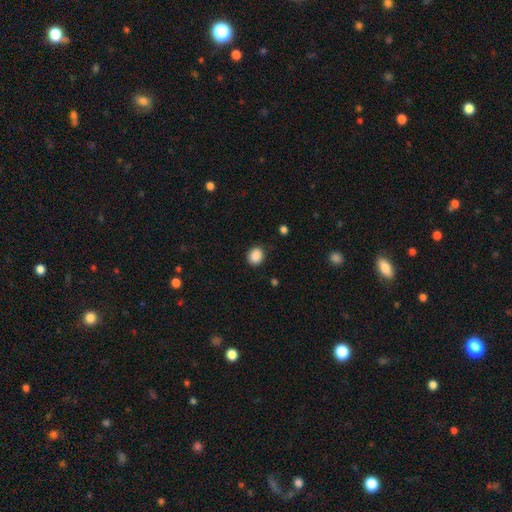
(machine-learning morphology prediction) A smooth galaxy with no disk features (89%) that is round (67%).

Vote fractions:
- Smooth or featured? smooth: 89% / star or artifact: 9% / featured or disk: 3%
- How rounded? round: 67% / in between: 33% / cigar-shaped: 1%
- Merging? none: 87% / minor disturbance: 9% / major disturbance: 3% / merger: 1%